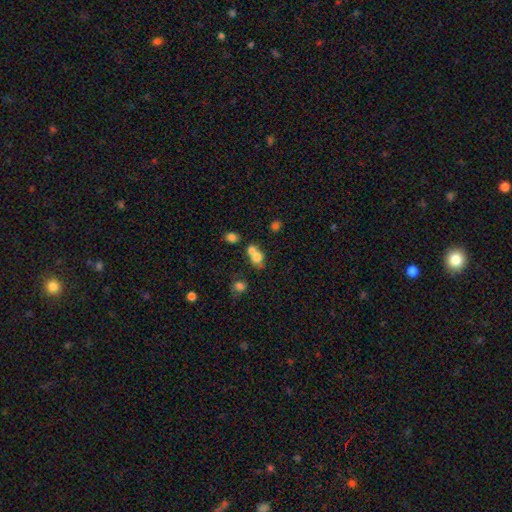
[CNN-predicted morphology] smooth 73%, featured or disk 15%, star or artifact 12%. Down the decision tree: how rounded — round (59%); merging — merger (59%).